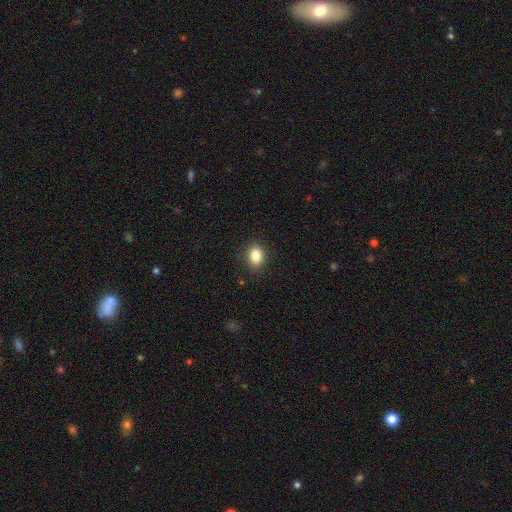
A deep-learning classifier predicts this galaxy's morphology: A smooth galaxy with no disk features (85%) that is in between round and cigar-shaped (73%). Merging: none (87%).